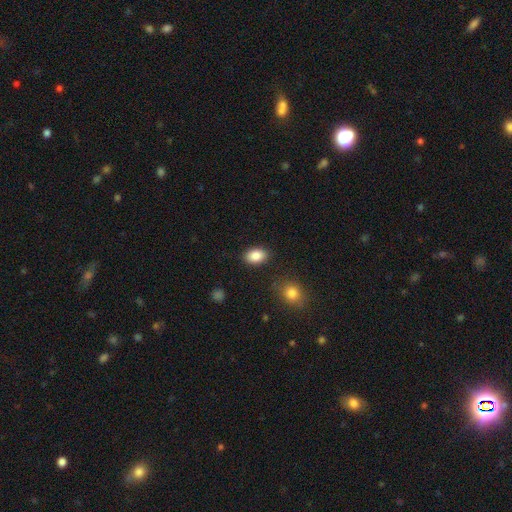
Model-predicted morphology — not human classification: type=smooth (88%); roundness=in between (84%); merging=none (87%).